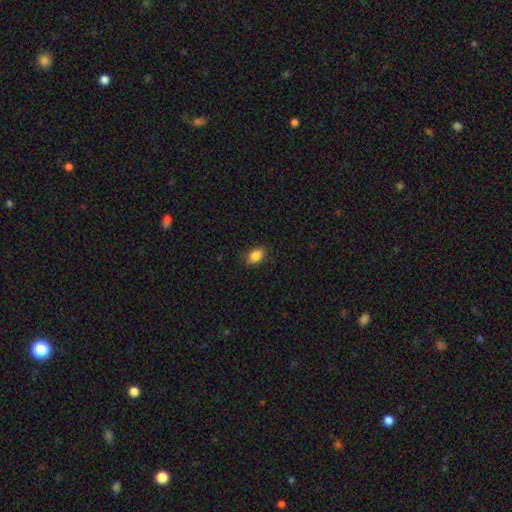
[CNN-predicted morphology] Overall: smooth (87%). How rounded: in between (83%). Merging: none (86%).